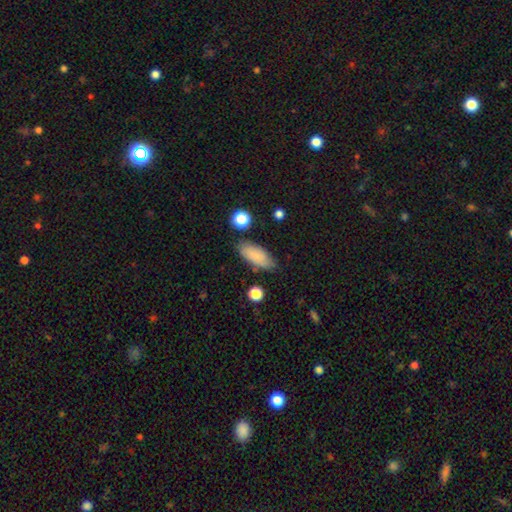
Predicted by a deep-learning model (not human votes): Morphology: type=smooth (82%); roundness=in between (81%); merging=none (78%).